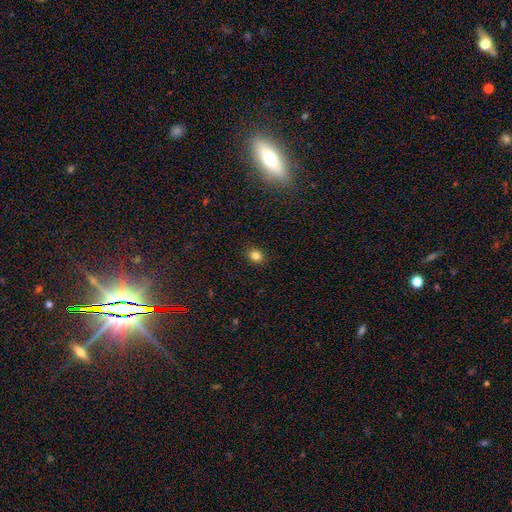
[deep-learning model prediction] The model was most divided on "how rounded": round: 54%, in between: 45%, cigar-shaped: 1%. More confident: merging — none (89%); smooth or featured — smooth (82%).